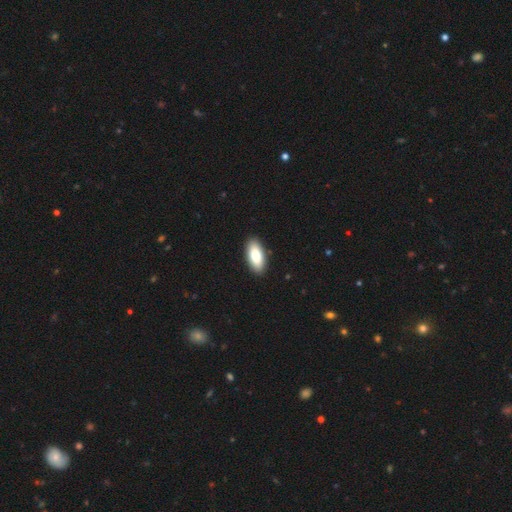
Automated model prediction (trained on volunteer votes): Smooth or featured? Predicted: smooth (p=0.83). How rounded? Predicted: in between (p=0.87). Merging? Predicted: none (p=0.90).